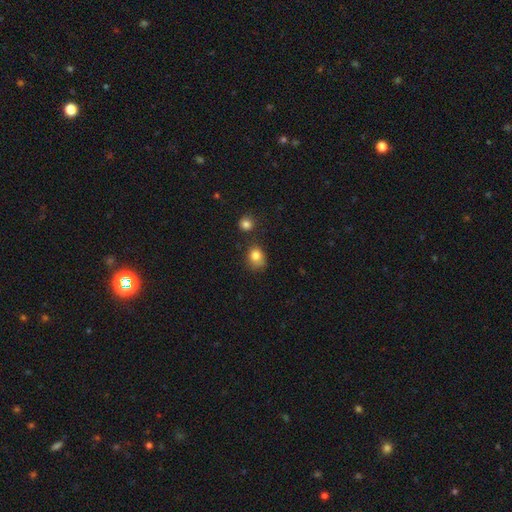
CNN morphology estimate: type=smooth (82%); roundness=round (61%); merging=none (63%).